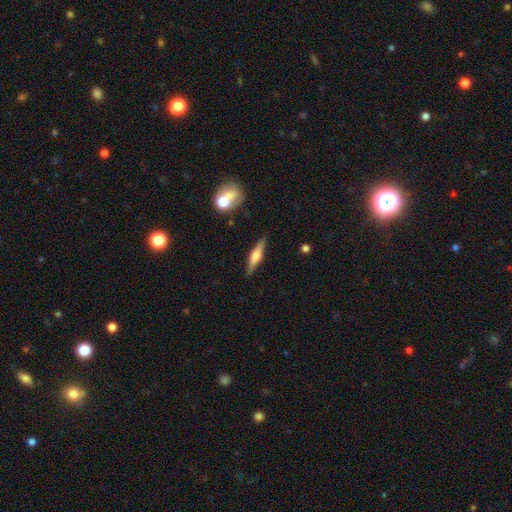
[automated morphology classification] Smooth or featured? featured or disk (58%)
Edge-on disk? yes (96%)
Edge-on bulge? rounded (86%)
Merging? none (88%)